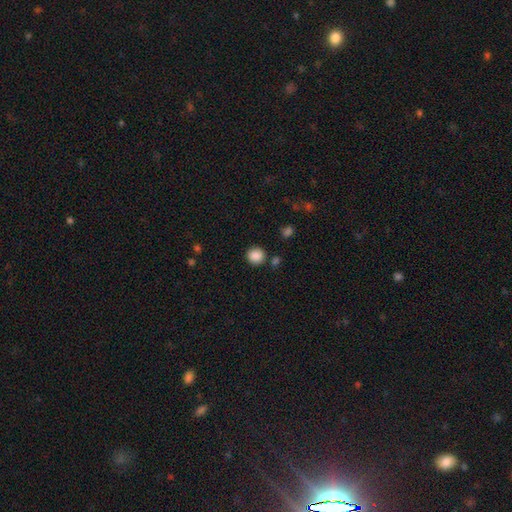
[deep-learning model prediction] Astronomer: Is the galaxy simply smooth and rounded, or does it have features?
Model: smooth — 87%.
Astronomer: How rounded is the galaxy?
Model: round — 88%.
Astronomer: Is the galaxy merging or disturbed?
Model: none — 84%.